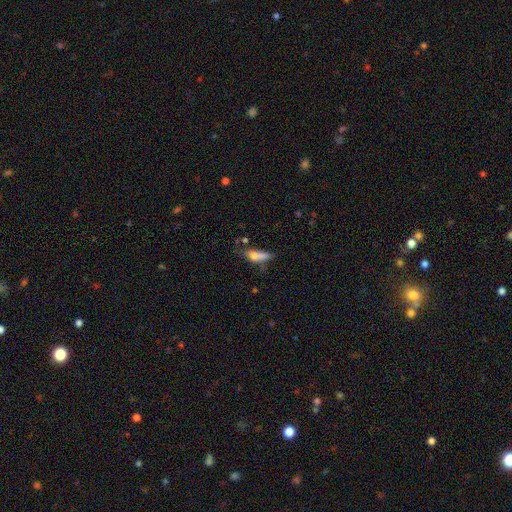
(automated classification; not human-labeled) Smooth or featured? smooth (67%)
How rounded? in between (48%, tied with cigar-shaped)
Merging? none (38%)